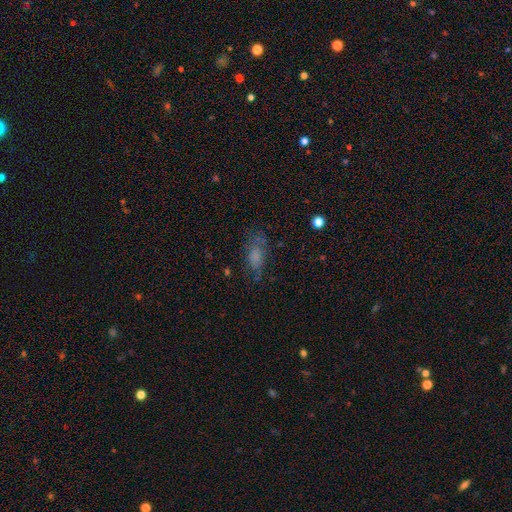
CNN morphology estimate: A smooth galaxy with no disk features (56%) that is in between round and cigar-shaped (80%).

Vote fractions:
- Smooth or featured? smooth: 56% / featured or disk: 27% / star or artifact: 17%
- How rounded? in between: 80% / cigar-shaped: 12% / round: 7%
- Merging? none: 55% / minor disturbance: 24% / major disturbance: 18% / merger: 3%